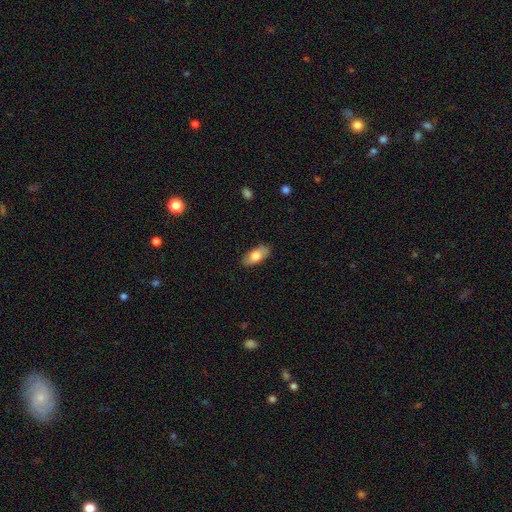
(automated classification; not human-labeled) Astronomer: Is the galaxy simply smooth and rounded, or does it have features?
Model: smooth — 77%.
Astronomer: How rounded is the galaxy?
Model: in between — 88%.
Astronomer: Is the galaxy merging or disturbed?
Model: none — 86%.